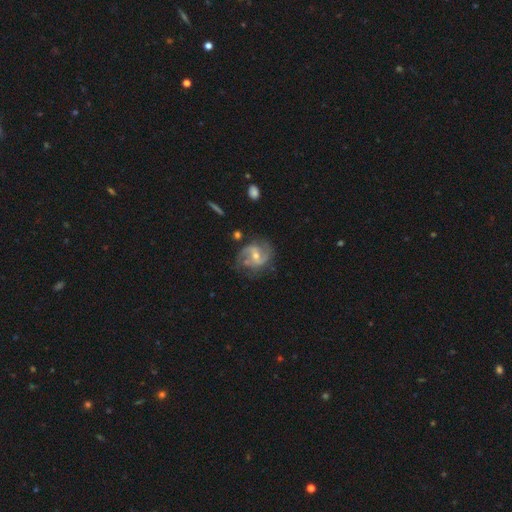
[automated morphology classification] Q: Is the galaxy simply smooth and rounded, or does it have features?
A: featured or disk — 85%.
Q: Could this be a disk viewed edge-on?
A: no — 98%.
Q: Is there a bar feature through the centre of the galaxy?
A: weak — 47%.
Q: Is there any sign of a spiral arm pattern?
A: yes — 94%.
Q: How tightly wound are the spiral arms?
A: medium — 51%.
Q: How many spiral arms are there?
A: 2 — 85%.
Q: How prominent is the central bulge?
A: moderate — 55%.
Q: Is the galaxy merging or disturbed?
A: none — 68%.